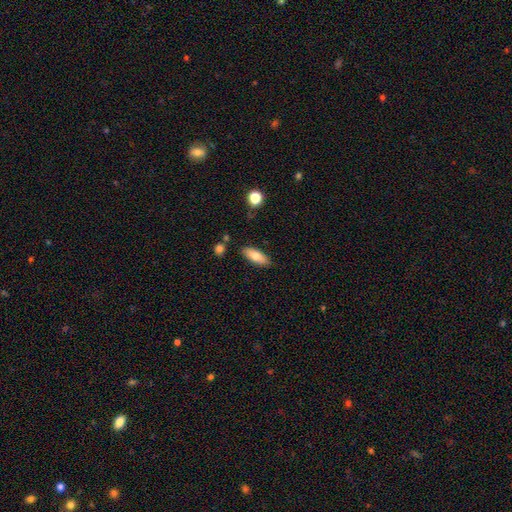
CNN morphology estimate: smooth 75%, featured or disk 18%, star or artifact 7%. Down the decision tree: how rounded — in between (74%); merging — none (84%).